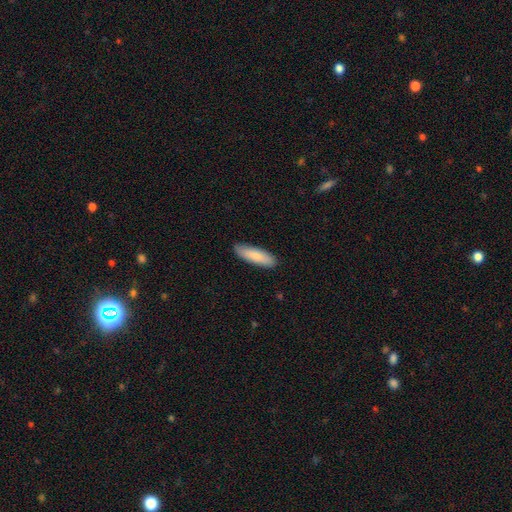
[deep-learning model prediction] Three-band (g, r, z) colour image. It shows a smooth galaxy with no disk features (86%) that is cigar-shaped (62%). Merging: none (89%).